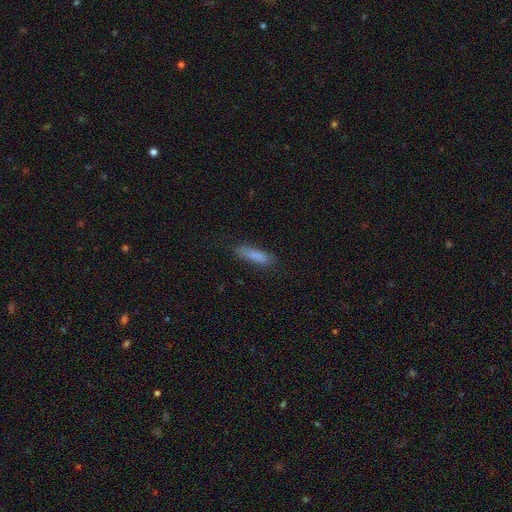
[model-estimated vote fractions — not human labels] A smooth galaxy with no disk features (84%) that is cigar-shaped (74%).

Vote fractions:
- Smooth or featured? smooth: 84% / featured or disk: 9% / star or artifact: 7%
- How rounded? cigar-shaped: 74% / in between: 25% / round: 2%
- Merging? none: 76% / minor disturbance: 17% / major disturbance: 5% / merger: 2%